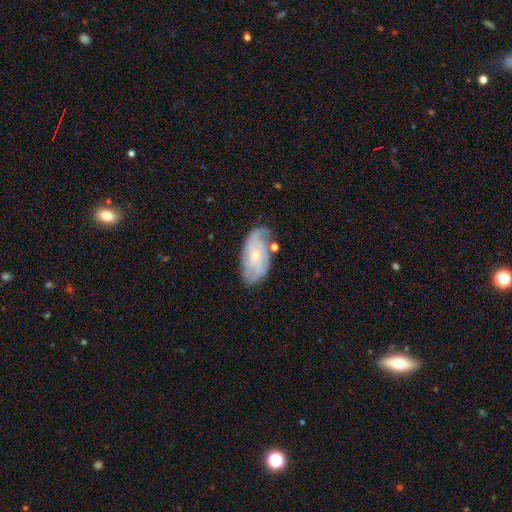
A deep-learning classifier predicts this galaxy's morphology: featured or disk 67%, smooth 26%, star or artifact 7%. Down the decision tree: edge-on disk — no (94%); bar — no (74%); spiral arms — yes (82%); spiral arm count — can't tell (43%); spiral winding — tight (46%); bulge size — small (69%); merging — none (57%).